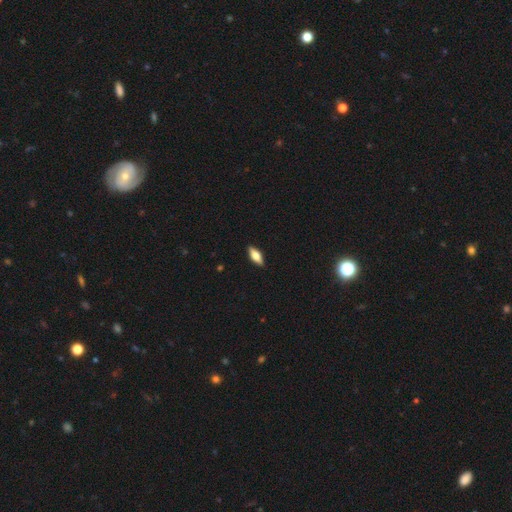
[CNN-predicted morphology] Smooth or featured?
  - smooth: 62% *
  - featured or disk: 31%
  - star or artifact: 6%
How rounded?
  - in between: 76% *
  - cigar-shaped: 21%
  - round: 3%
Merging?
  - none: 89% *
  - minor disturbance: 8%
  - major disturbance: 2%
  - merger: 1%